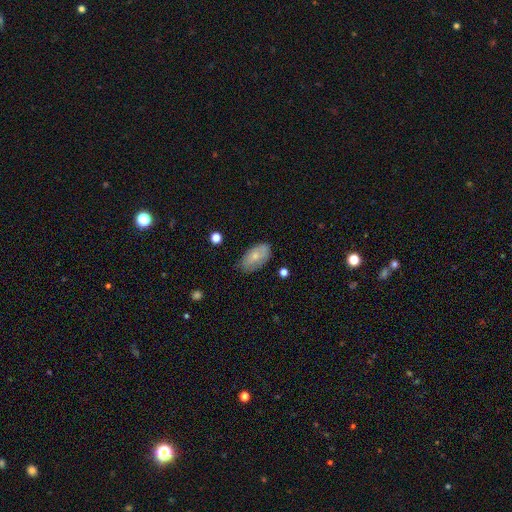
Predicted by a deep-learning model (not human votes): smooth-or-featured: smooth: 64% | featured or disk: 29% | star or artifact: 7%
  how-rounded: in between: 93% | round: 5% | cigar-shaped: 2%
  merging: none: 72% | minor disturbance: 22% | major disturbance: 5% | merger: 2%